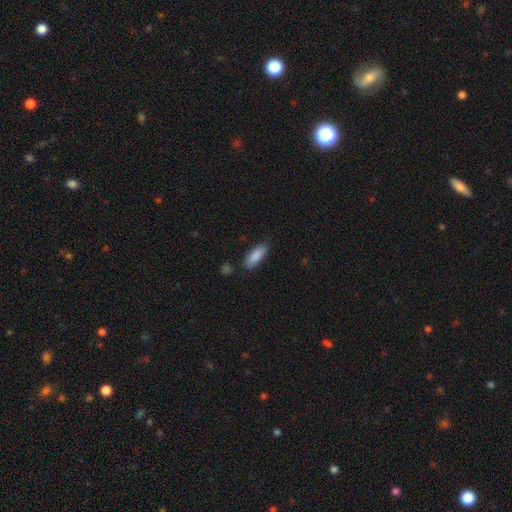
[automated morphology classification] This is clearly a smooth galaxy (88%). How rounded: likely in between (65%). Merging: clearly none (81%).